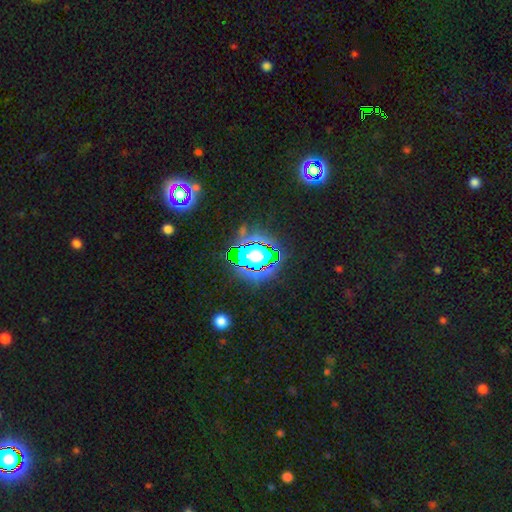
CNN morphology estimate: Overall: star or artifact (82%).